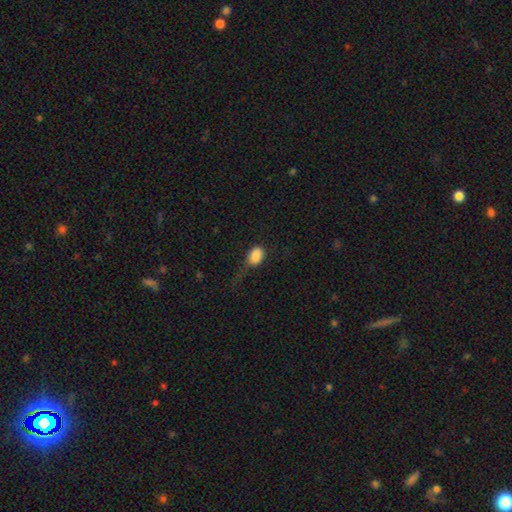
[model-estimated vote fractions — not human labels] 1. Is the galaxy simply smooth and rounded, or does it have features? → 86% smooth, 9% star or artifact, 5% featured or disk.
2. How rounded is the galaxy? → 83% in between, 16% round, 2% cigar-shaped.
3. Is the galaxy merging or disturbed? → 40% none, 30% minor disturbance, 26% major disturbance, 3% merger.